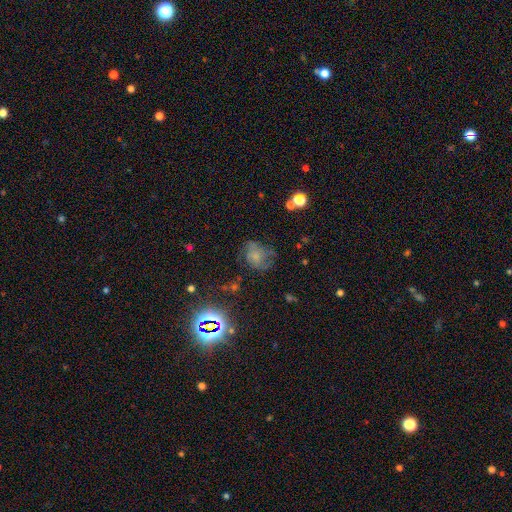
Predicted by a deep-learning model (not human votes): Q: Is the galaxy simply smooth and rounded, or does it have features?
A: smooth — 51%.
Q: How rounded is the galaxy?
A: round — 51%.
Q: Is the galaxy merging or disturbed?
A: none — 49%.